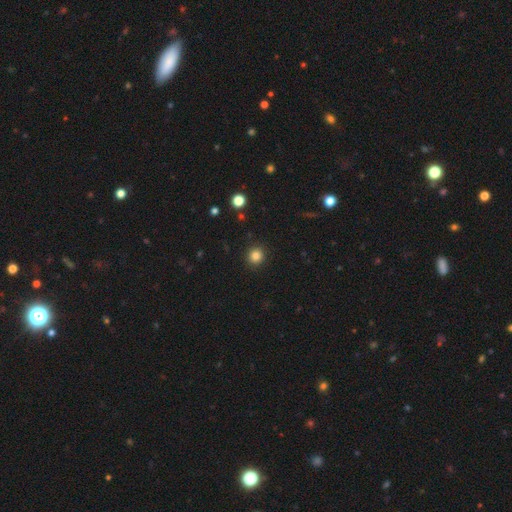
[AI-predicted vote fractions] A smooth galaxy with no disk features (84%) that is round (92%).

Vote fractions:
- Smooth or featured? smooth: 84% / star or artifact: 12% / featured or disk: 5%
- How rounded? round: 92% / in between: 7% / cigar-shaped: 1%
- Merging? none: 92% / minor disturbance: 5% / major disturbance: 2% / merger: 1%